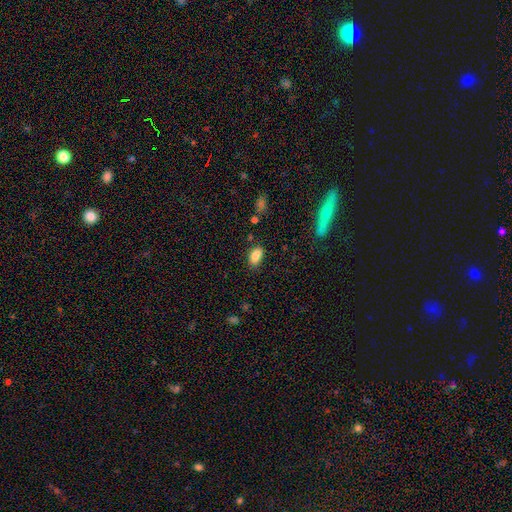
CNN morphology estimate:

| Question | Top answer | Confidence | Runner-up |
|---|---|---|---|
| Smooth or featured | smooth | 86% | star or artifact (9%) |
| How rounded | in between | 90% | round (7%) |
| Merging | none | 74% | minor disturbance (18%) |